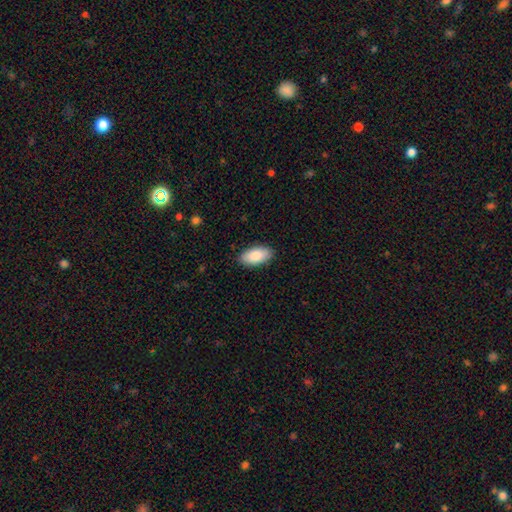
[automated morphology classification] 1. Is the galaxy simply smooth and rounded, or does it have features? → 87% smooth, 7% featured or disk, 6% star or artifact.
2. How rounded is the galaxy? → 94% in between, 4% cigar-shaped, 2% round.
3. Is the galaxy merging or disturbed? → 88% none, 9% minor disturbance, 2% major disturbance, 1% merger.